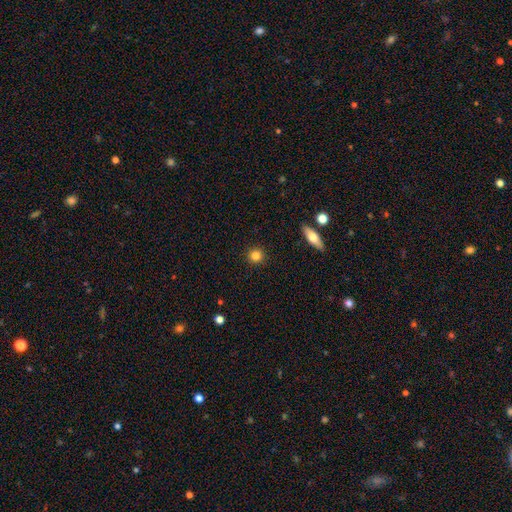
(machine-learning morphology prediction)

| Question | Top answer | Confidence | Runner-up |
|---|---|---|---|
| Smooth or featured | smooth | 83% | star or artifact (10%) |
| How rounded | round | 92% | in between (6%) |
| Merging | none | 92% | minor disturbance (5%) |